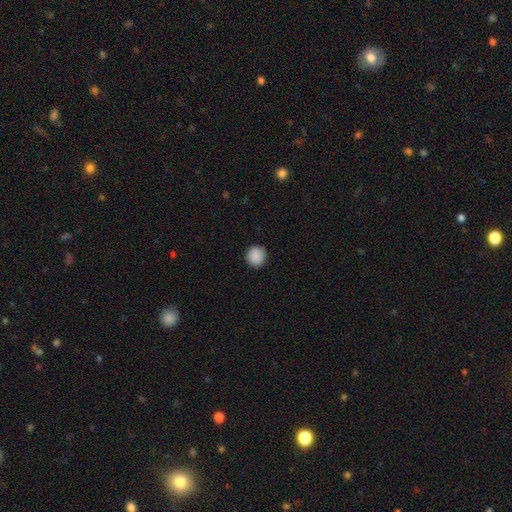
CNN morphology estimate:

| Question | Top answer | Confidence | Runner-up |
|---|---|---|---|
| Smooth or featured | smooth | 89% | star or artifact (8%) |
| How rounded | round | 91% | in between (8%) |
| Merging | none | 90% | minor disturbance (7%) |